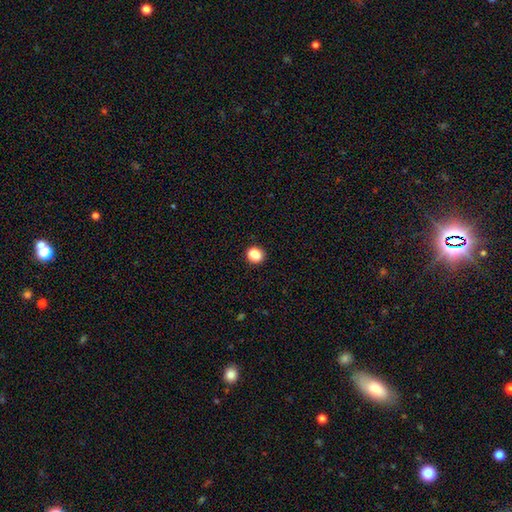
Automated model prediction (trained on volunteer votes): Q: Smooth or featured?
A: smooth (84%); runner-up: star or artifact (12%)
Q: How rounded?
A: round (80%); runner-up: in between (19%)
Q: Merging?
A: none (91%); runner-up: minor disturbance (6%)